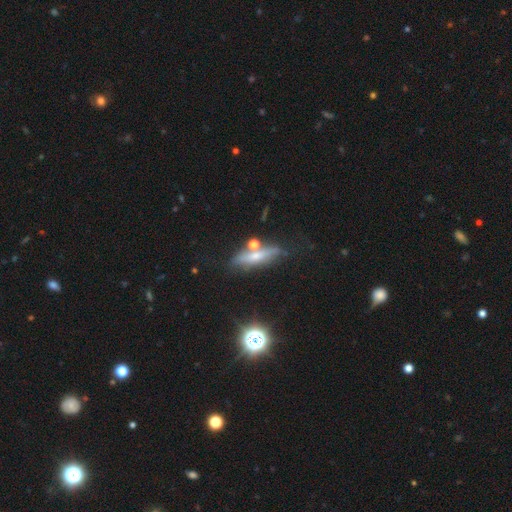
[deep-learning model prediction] The model was most divided on "smooth or featured": smooth: 47%, featured or disk: 41%, star or artifact: 12%. More confident: merging — none (66%).